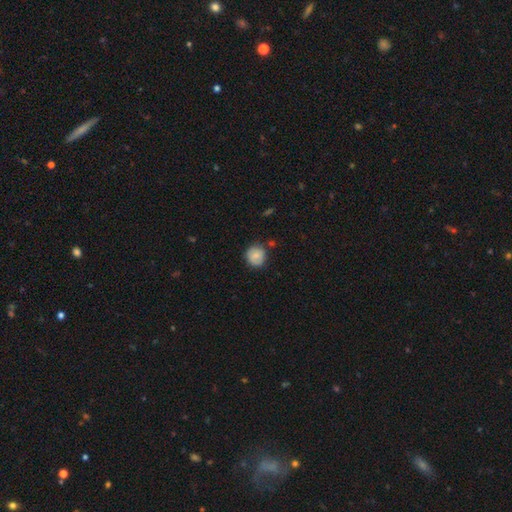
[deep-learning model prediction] Smooth or featured? smooth (76%)
How rounded? round (87%)
Merging? none (72%)